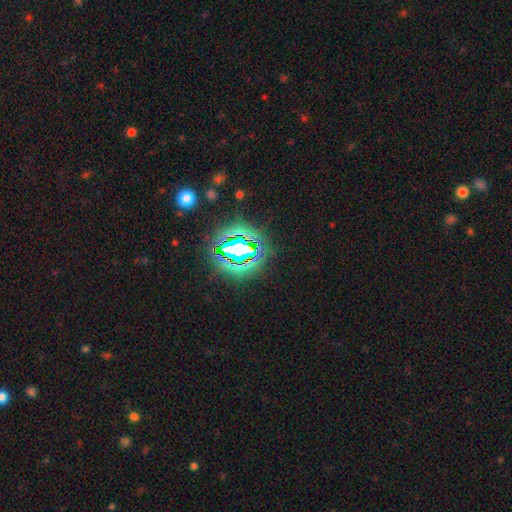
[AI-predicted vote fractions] The model was most divided on "smooth or featured": star or artifact: 84%, smooth: 10%, featured or disk: 6%.